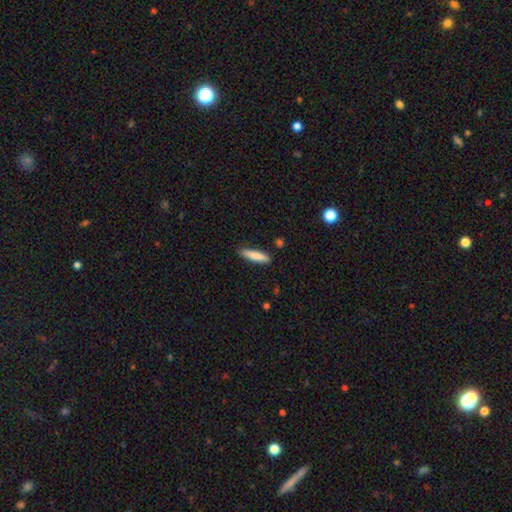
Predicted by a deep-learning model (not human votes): A smooth galaxy with no disk features (83%) that is cigar-shaped (76%).

Vote fractions:
- Smooth or featured? smooth: 83% / featured or disk: 11% / star or artifact: 6%
- How rounded? cigar-shaped: 76% / in between: 23% / round: 1%
- Merging? none: 85% / minor disturbance: 11% / major disturbance: 2% / merger: 2%